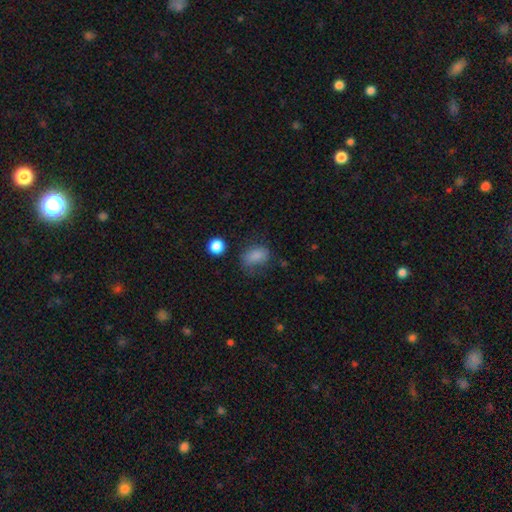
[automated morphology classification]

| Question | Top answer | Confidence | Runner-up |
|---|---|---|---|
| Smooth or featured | smooth | 81% | star or artifact (12%) |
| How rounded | in between | 76% | round (22%) |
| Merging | none | 52% | minor disturbance (29%) |